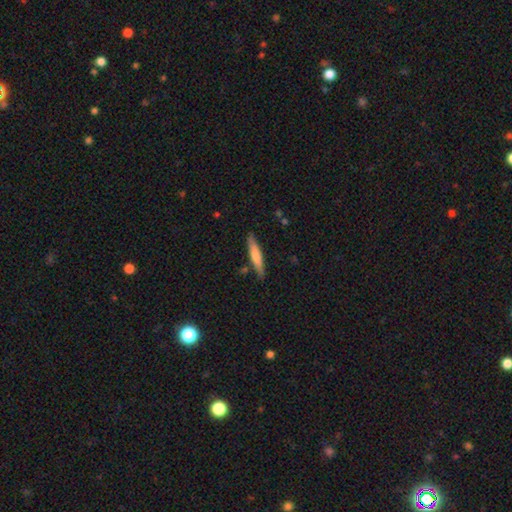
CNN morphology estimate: Overall: smooth (67%; featured or disk 28%). How rounded: cigar-shaped (90%). Merging: none (85%).